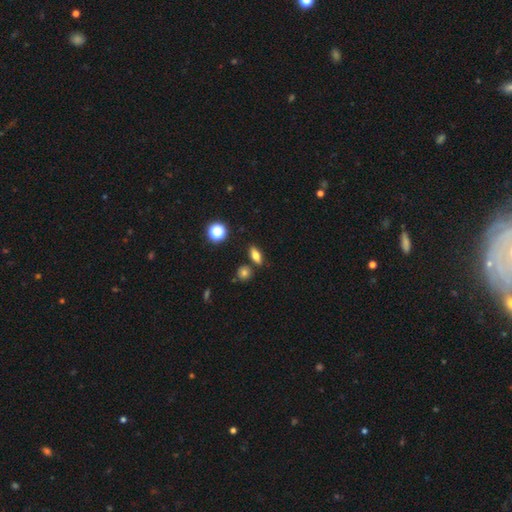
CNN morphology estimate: This is likely a smooth galaxy (69%). How rounded: likely in between (66%). Merging: likely none (80%).